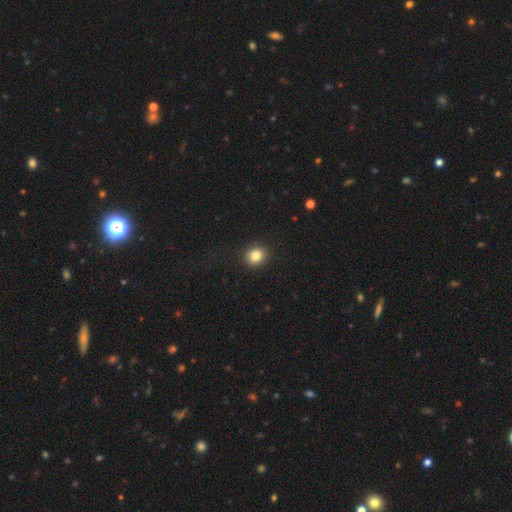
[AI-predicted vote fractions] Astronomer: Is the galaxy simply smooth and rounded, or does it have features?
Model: smooth — 84%.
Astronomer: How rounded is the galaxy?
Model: round — 68%.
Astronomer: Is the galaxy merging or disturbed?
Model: none — 90%.